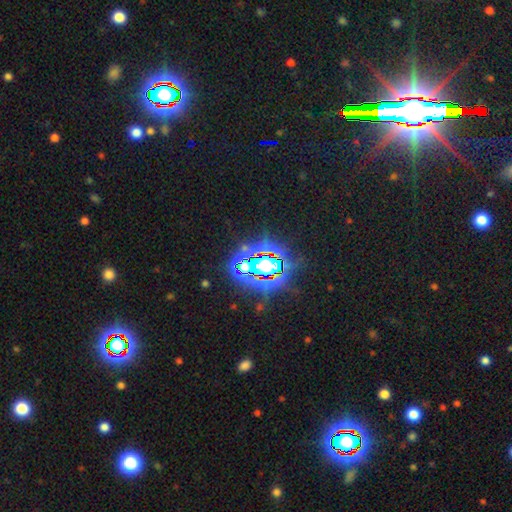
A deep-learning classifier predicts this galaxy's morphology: This is clearly a star or artifact rather than a galaxy (82%).